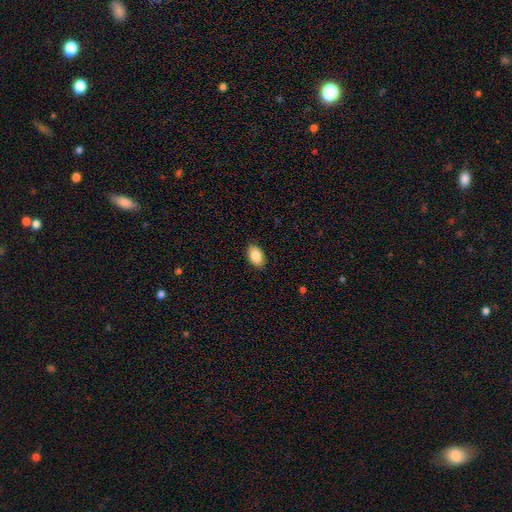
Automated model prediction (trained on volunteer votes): This appears to be a smooth galaxy with no disk features (86%) that is in between round and cigar-shaped (93%). Merging: none (89%).